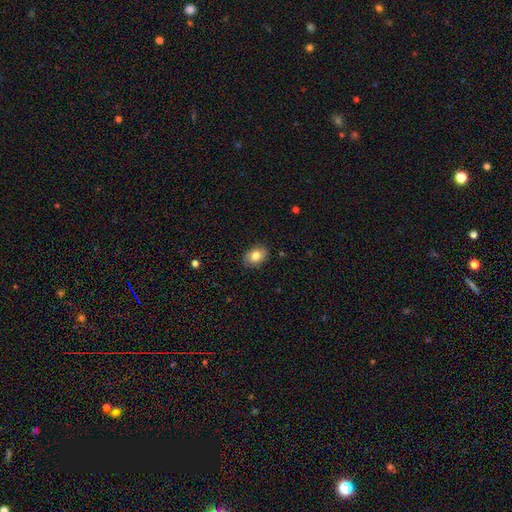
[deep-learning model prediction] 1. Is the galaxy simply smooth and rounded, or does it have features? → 81% smooth, 11% featured or disk, 8% star or artifact.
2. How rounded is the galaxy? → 77% in between, 22% round, 1% cigar-shaped.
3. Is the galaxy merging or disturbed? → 86% none, 11% minor disturbance, 2% major disturbance, 1% merger.